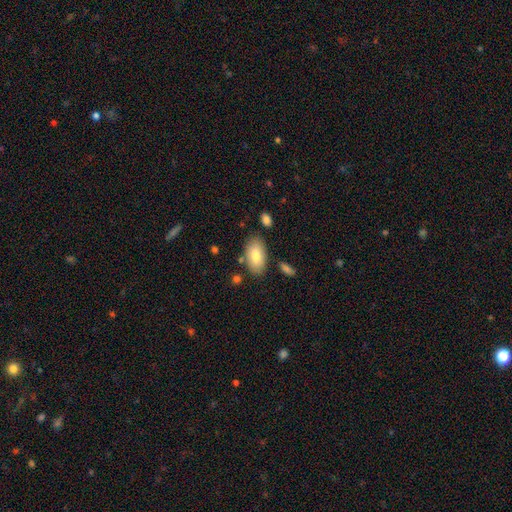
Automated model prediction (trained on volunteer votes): Smooth or featured? Predicted: smooth (p=0.78). How rounded? Predicted: in between (p=0.94). Merging? Predicted: none (p=0.79).